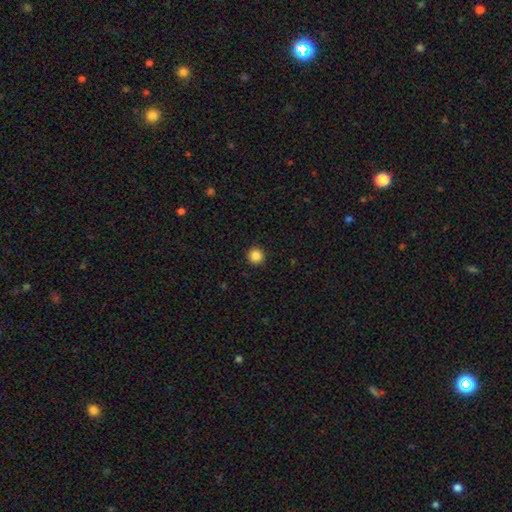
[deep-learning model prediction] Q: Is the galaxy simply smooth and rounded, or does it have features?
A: smooth — 86%.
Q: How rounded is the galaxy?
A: round — 96%.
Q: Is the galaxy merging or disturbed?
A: none — 93%.